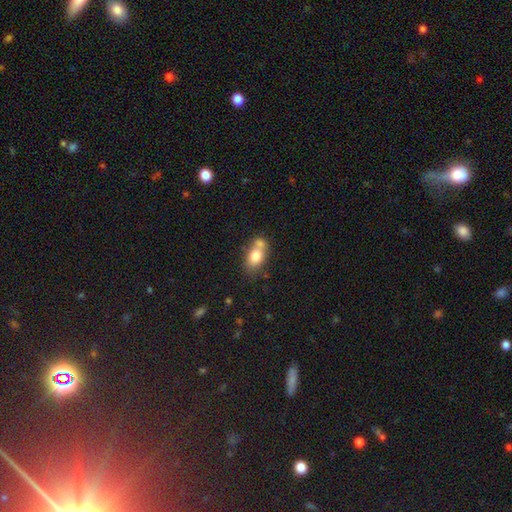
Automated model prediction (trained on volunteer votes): Smooth or featured: smooth — 76% (featured or disk — 16%)
How rounded: in between — 79% (round — 18%)
Merging: merger — 44% (none — 38%)